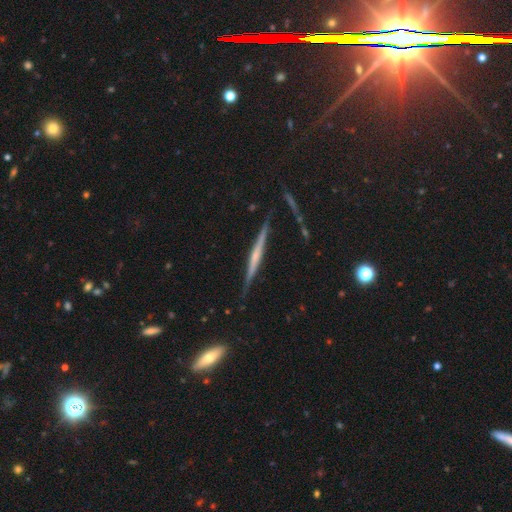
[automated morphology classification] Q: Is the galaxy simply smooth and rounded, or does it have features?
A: featured or disk — 71%.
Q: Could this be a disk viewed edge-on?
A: yes — 97%.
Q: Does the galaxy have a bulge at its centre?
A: none — 47%.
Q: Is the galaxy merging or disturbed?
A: none — 84%.